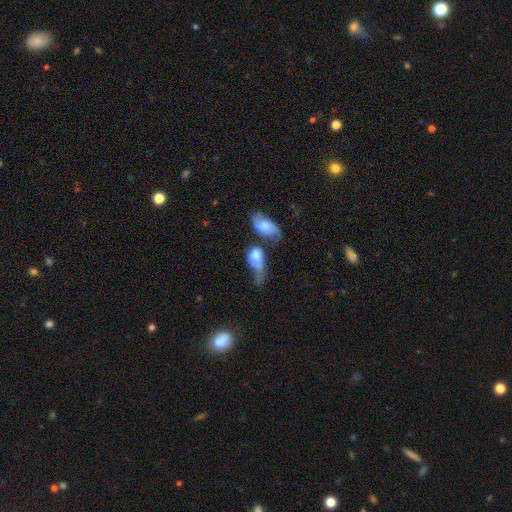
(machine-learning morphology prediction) Smooth or featured? Predicted: smooth (p=0.64). How rounded? Predicted: in between (p=0.72). Merging? Predicted: merger (p=0.40).